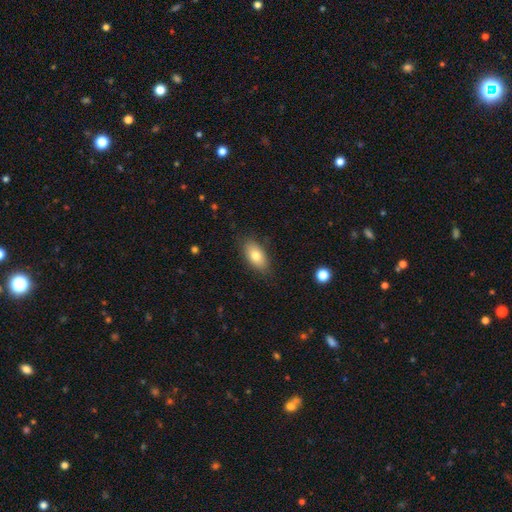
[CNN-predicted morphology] Smooth or featured: smooth — 78% (featured or disk — 15%)
How rounded: in between — 91% (round — 5%)
Merging: none — 83% (minor disturbance — 13%)